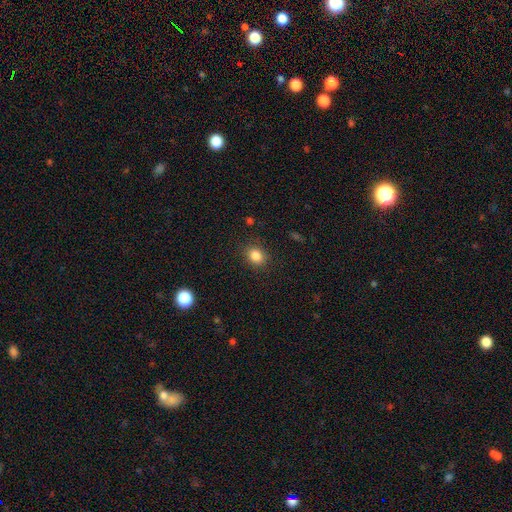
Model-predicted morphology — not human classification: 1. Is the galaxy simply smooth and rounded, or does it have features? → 85% smooth, 11% star or artifact, 4% featured or disk.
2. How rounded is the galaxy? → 55% round, 44% in between, 1% cigar-shaped.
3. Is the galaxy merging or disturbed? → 86% none, 10% minor disturbance, 3% major disturbance, 1% merger.